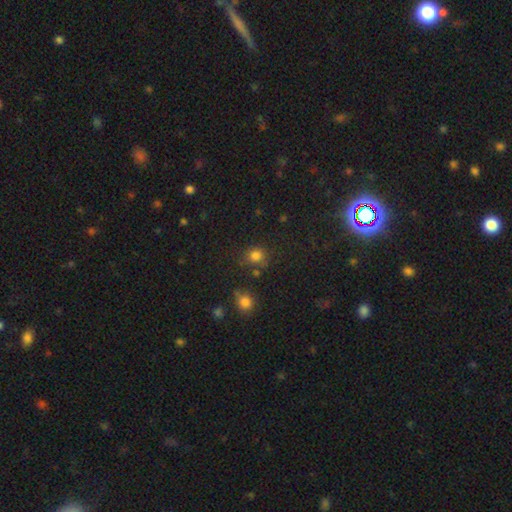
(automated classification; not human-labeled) smooth 78%, star or artifact 17%, featured or disk 5%. Down the decision tree: how rounded — round (82%); merging — none (72%).